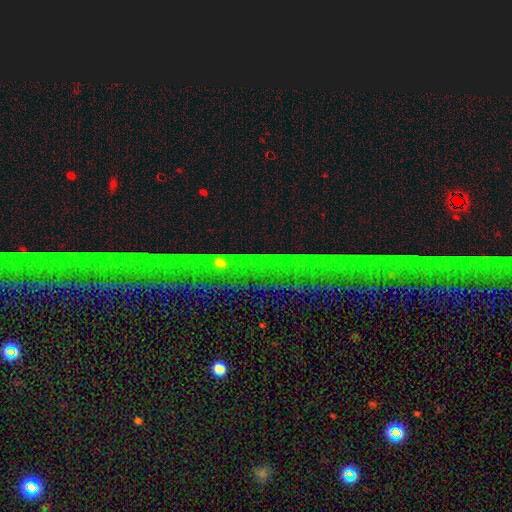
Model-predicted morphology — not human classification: This is clearly a star or artifact rather than a galaxy (85%).